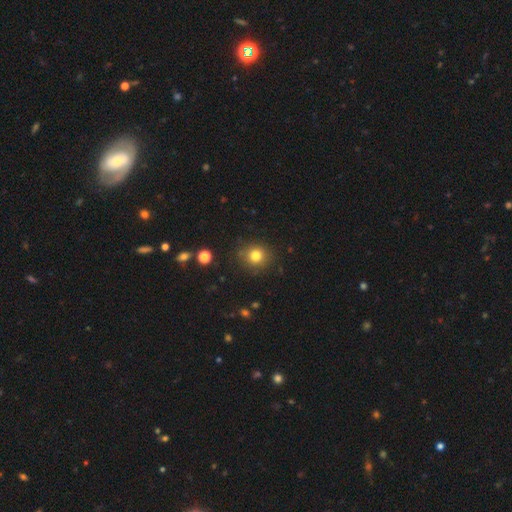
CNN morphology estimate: Q: Smooth or featured?
A: smooth (80%); runner-up: star or artifact (13%)
Q: How rounded?
A: round (86%); runner-up: in between (13%)
Q: Merging?
A: none (86%); runner-up: minor disturbance (9%)